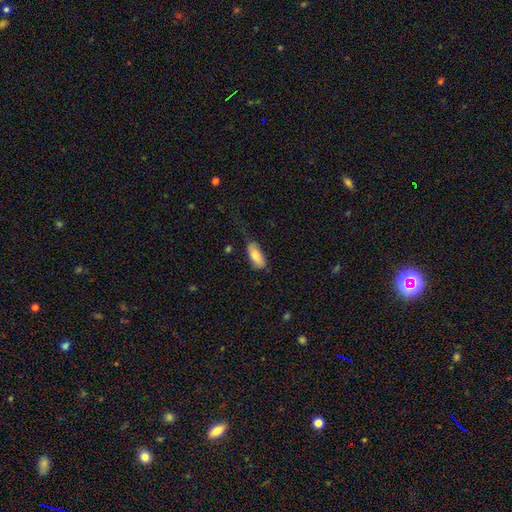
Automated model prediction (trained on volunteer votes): Smooth or featured? smooth (83%)
How rounded? in between (84%)
Merging? none (63%)